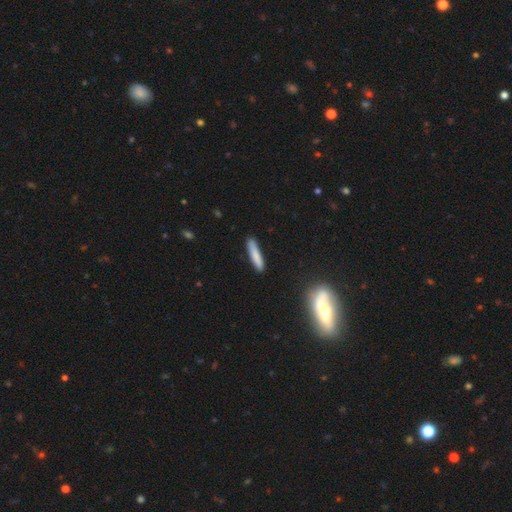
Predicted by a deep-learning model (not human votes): smooth 81%, featured or disk 12%, star or artifact 6%. Down the decision tree: how rounded — cigar-shaped (89%); merging — none (88%).